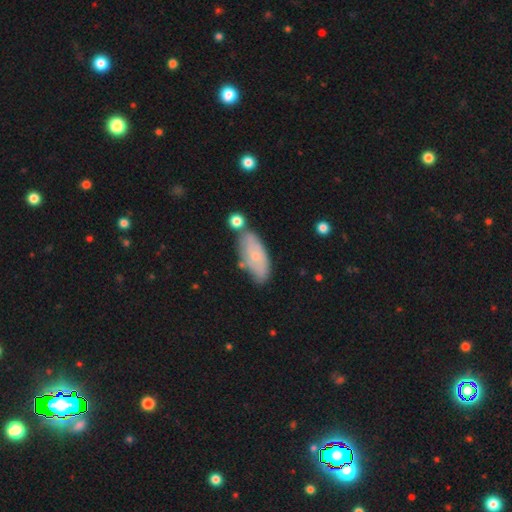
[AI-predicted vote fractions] Morphology: type=smooth (53%); roundness=in between (83%); merging=none (66%).